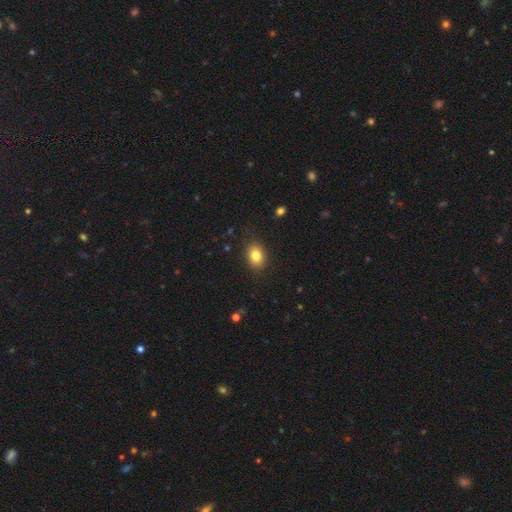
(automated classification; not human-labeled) smooth-or-featured: smooth: 82% | star or artifact: 9% | featured or disk: 9%
  how-rounded: in between: 71% | round: 28% | cigar-shaped: 1%
  merging: none: 87% | minor disturbance: 9% | major disturbance: 3% | merger: 1%